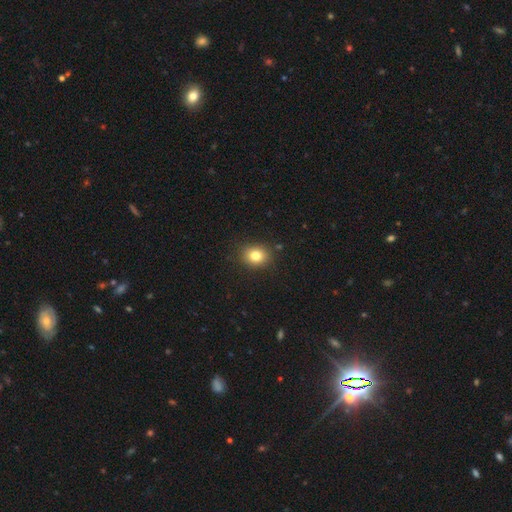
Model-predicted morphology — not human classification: Smooth or featured: smooth — 80% (star or artifact — 11%)
How rounded: round — 60% (in between — 39%)
Merging: none — 87% (minor disturbance — 9%)